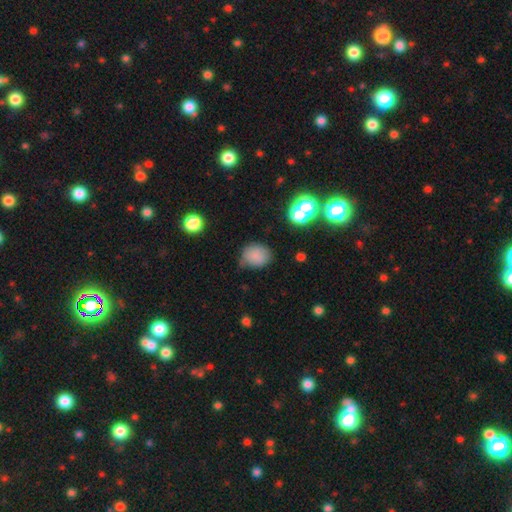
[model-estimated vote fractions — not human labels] This appears to be a smooth galaxy with no disk features (80%) that is round (56%). Merging: none (63%).